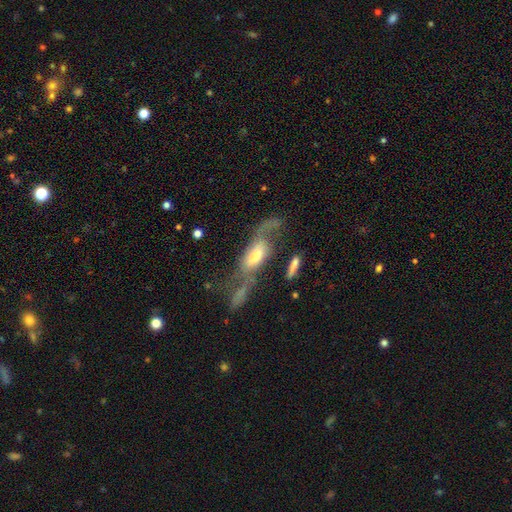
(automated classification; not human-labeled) Smooth or featured? Predicted: featured or disk (p=0.69). Edge-on disk? Predicted: no (p=0.82). Bar? Predicted: no (p=0.49). Spiral arms? Predicted: yes (p=0.79). Bulge size? Predicted: moderate (p=0.47). Merging? Predicted: major disturbance (p=0.36).